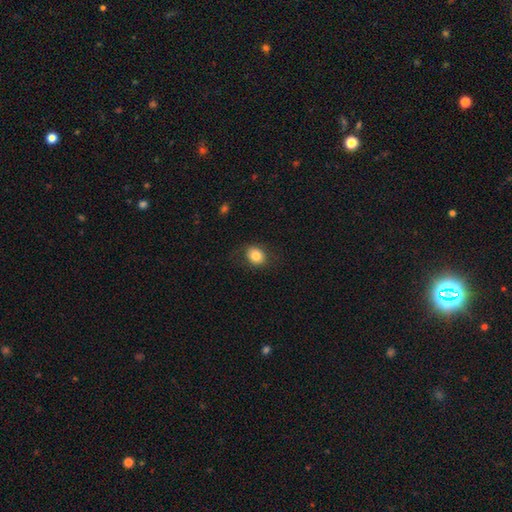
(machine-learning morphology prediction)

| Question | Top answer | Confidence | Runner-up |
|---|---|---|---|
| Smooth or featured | smooth | 82% | star or artifact (9%) |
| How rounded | round | 54% | in between (45%) |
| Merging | none | 81% | minor disturbance (13%) |